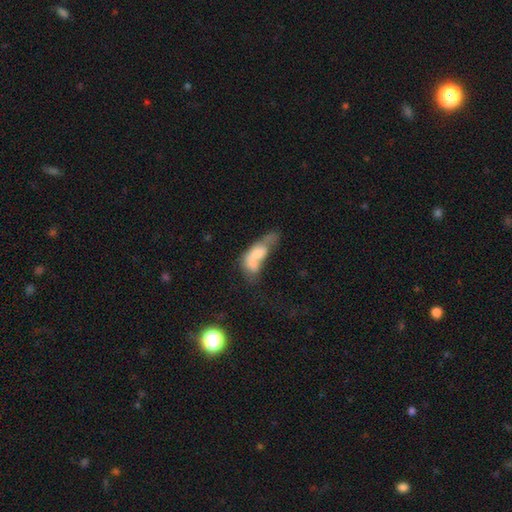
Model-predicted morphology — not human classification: Smooth or featured? smooth (58%)
How rounded? in between (79%)
Merging? merger (53%)